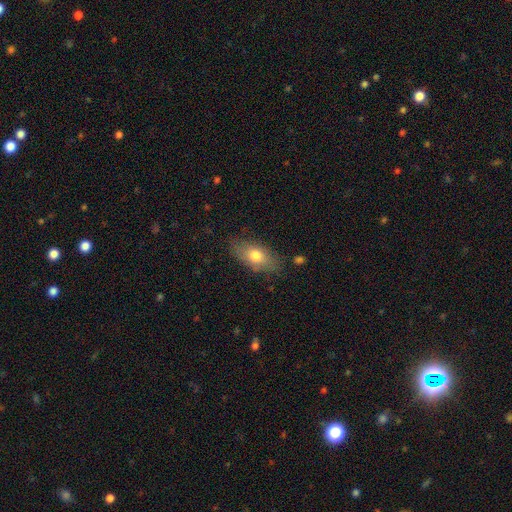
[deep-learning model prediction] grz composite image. It shows a smooth galaxy with no disk features (72%) that is in between round and cigar-shaped (85%). Merging: none (76%).